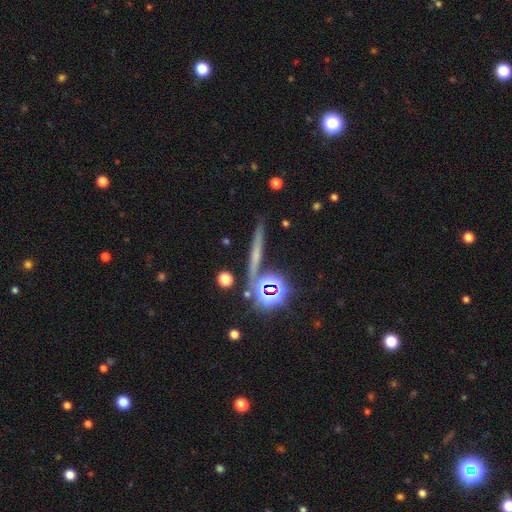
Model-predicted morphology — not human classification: Smooth or featured: smooth — 38% (featured or disk — 34%)
Merging: none — 82% (minor disturbance — 9%)